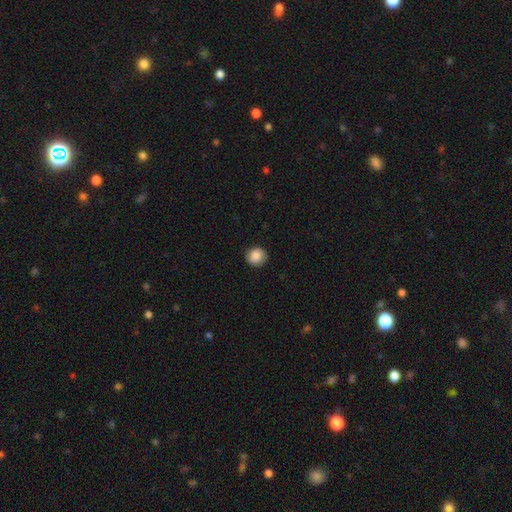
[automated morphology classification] Smooth or featured: smooth — 86% (star or artifact — 8%)
How rounded: round — 90% (in between — 9%)
Merging: none — 87% (minor disturbance — 10%)